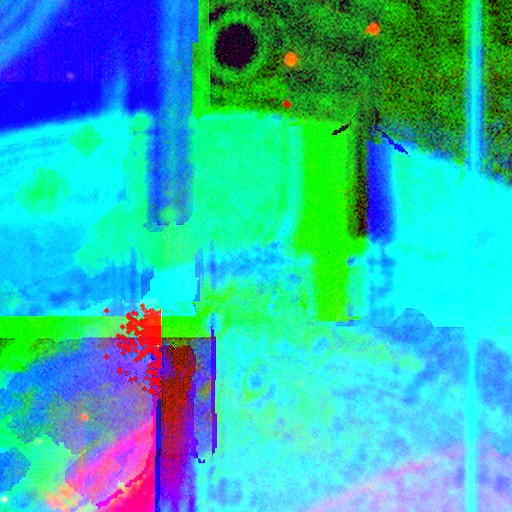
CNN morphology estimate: Overall: star or artifact (86%).